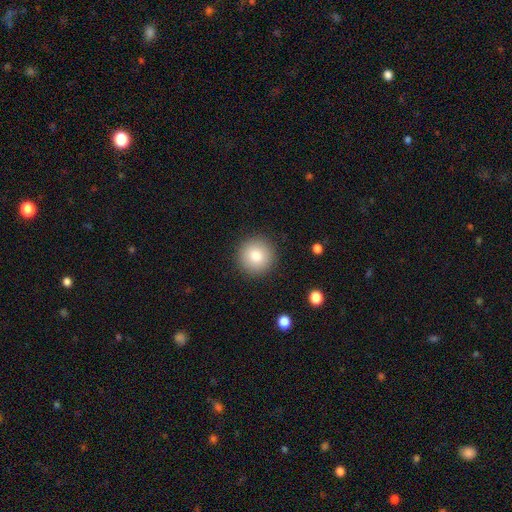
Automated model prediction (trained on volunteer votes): Smooth or featured? Predicted: smooth (p=0.82). How rounded? Predicted: round (p=0.95). Merging? Predicted: none (p=0.91).